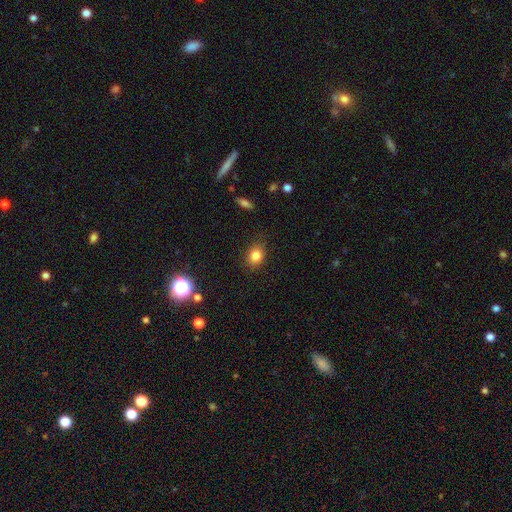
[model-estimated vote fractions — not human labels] smooth 82%, star or artifact 11%, featured or disk 6%. Down the decision tree: how rounded — in between (53%); merging — none (84%).